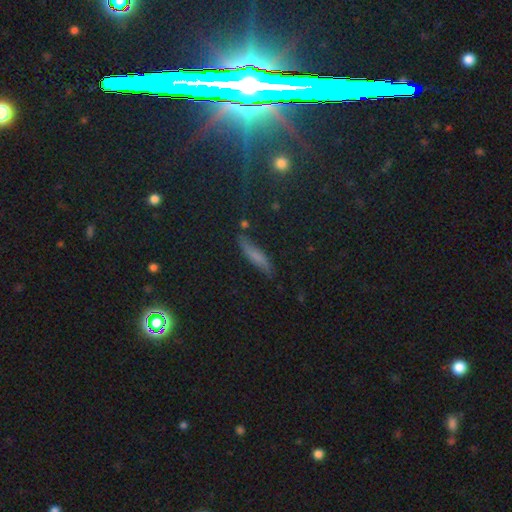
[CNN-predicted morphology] smooth-or-featured: smooth: 60% | featured or disk: 26% | star or artifact: 13%
  how-rounded: cigar-shaped: 80% | in between: 17% | round: 3%
  merging: none: 73% | minor disturbance: 19% | major disturbance: 5% | merger: 3%